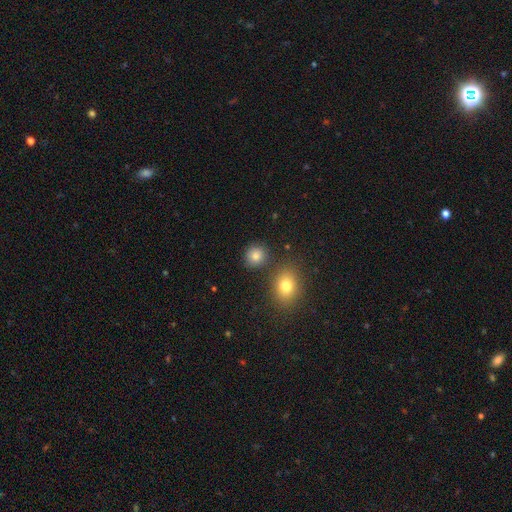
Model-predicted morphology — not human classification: The model was most divided on "how rounded": round: 83%, in between: 16%, cigar-shaped: 1%. More confident: merging — none (82%); smooth or featured — smooth (80%).